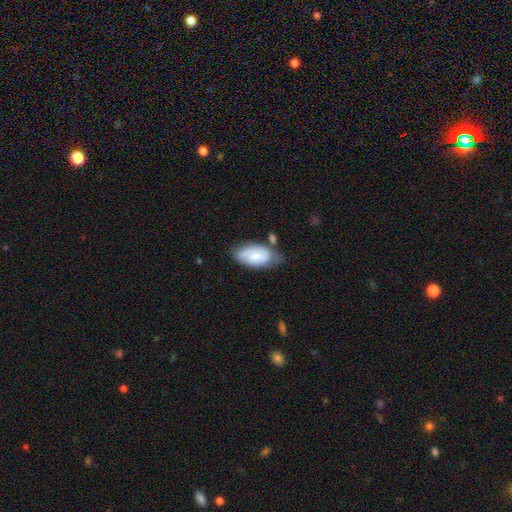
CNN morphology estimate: smooth_or_featured: smooth (p=0.70) [alt: featured or disk p=0.24]
how_rounded: in between (p=0.93) [alt: cigar-shaped p=0.04]
merging: none (p=0.53) [alt: minor disturbance p=0.29]